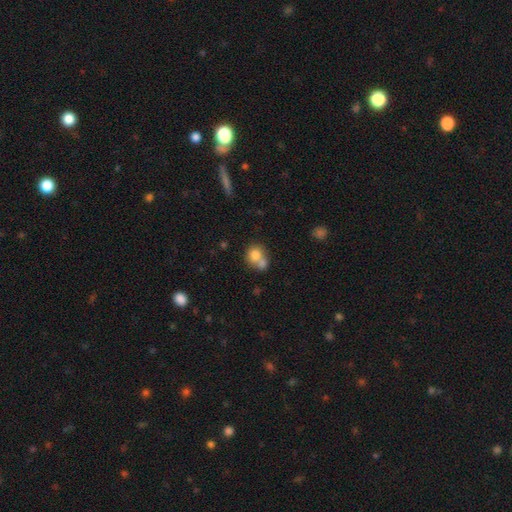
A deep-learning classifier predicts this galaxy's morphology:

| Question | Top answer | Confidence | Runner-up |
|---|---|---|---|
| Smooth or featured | smooth | 79% | featured or disk (12%) |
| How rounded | round | 77% | in between (22%) |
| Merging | merger | 52% | none (36%) |